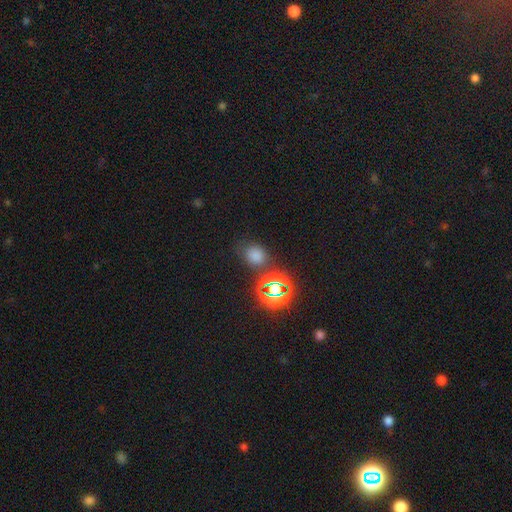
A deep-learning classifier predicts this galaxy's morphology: Overall: smooth (66%; star or artifact 28%). How rounded: round (54%; in between 45%). Merging: none (73%).